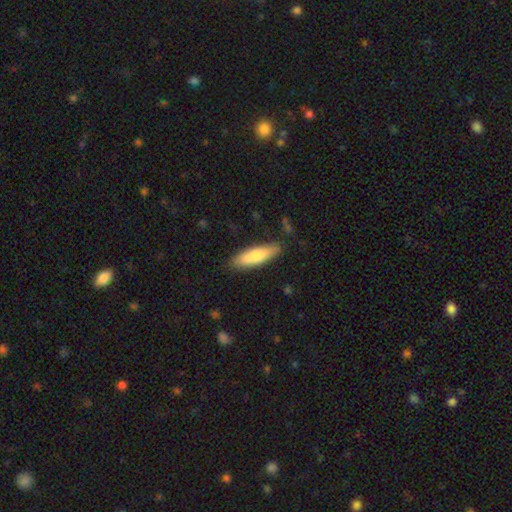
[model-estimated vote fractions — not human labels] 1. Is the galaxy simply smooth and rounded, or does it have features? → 77% smooth, 18% featured or disk, 5% star or artifact.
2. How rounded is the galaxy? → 61% cigar-shaped, 37% in between, 2% round.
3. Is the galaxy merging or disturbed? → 84% none, 12% minor disturbance, 2% major disturbance, 2% merger.